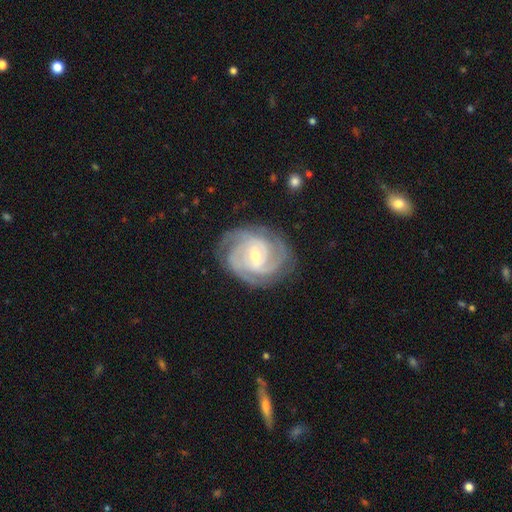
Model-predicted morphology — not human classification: A featured or disk galaxy (91%) with a weak bar (51%), 3 (43%) tight (68%) spiral arms (98%) and a small central bulge (50%). Merging: none (81%).